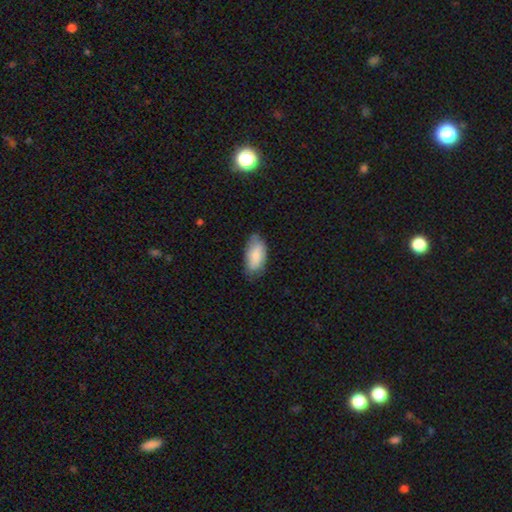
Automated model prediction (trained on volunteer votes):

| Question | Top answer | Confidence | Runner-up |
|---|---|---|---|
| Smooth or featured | smooth | 82% | featured or disk (12%) |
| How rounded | in between | 93% | cigar-shaped (4%) |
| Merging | none | 68% | minor disturbance (26%) |